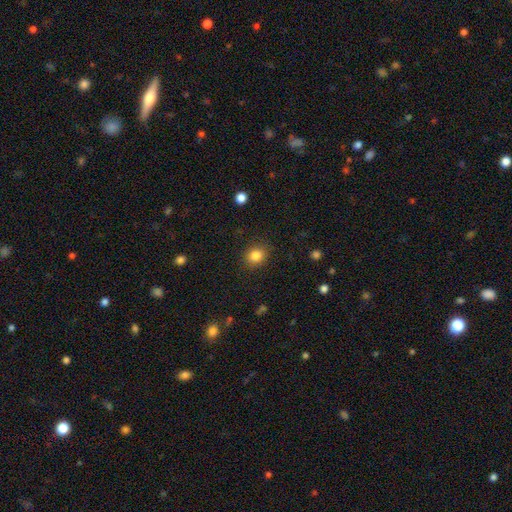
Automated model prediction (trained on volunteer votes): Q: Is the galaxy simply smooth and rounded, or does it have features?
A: smooth — 84%.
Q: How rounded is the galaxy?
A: round — 70%.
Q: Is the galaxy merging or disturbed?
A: none — 87%.